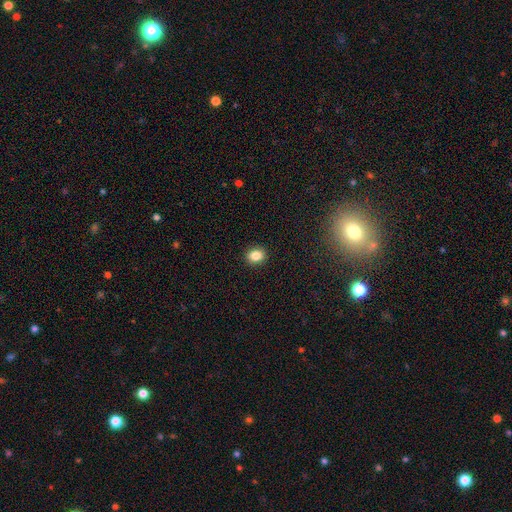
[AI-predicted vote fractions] smooth 85%, star or artifact 10%, featured or disk 5%. Down the decision tree: how rounded — round (59%); merging — none (91%).